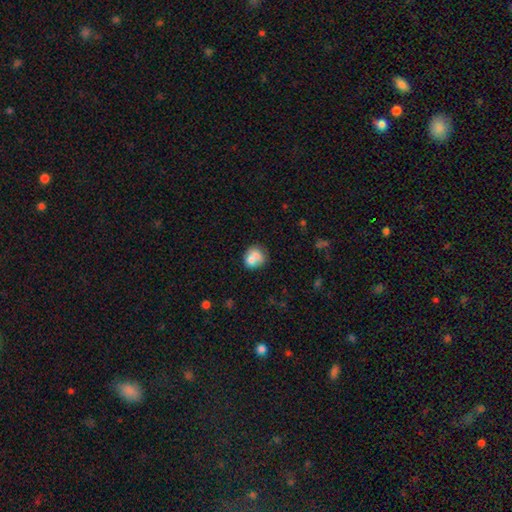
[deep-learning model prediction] Morphology: type=smooth (68%); roundness=round (71%); merging=merger (50%).